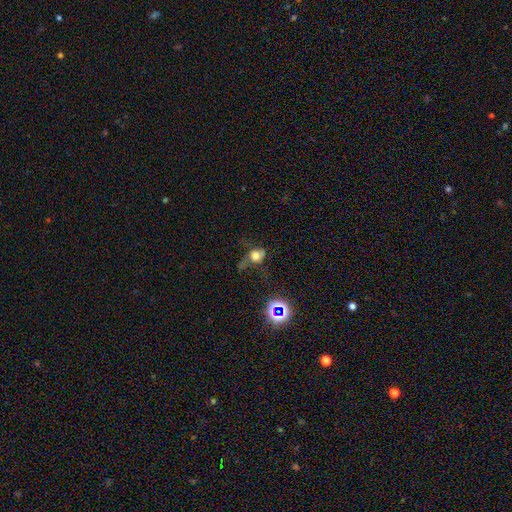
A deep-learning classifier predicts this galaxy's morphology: Q: Smooth or featured?
A: smooth (57%); runner-up: featured or disk (23%)
Q: How rounded?
A: round (61%); runner-up: in between (37%)
Q: Merging?
A: none (35%); runner-up: major disturbance (33%)